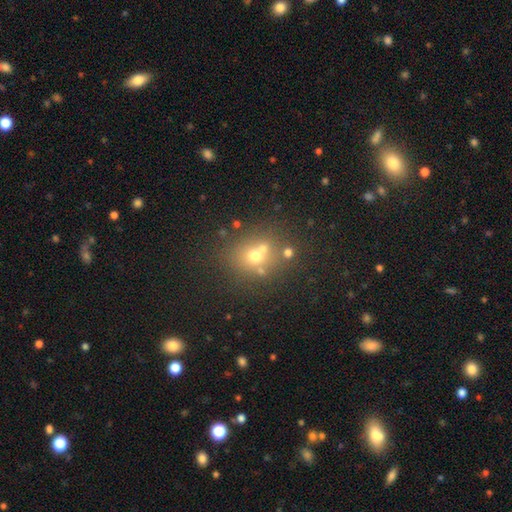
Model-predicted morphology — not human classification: Smooth or featured: smooth — 56% (star or artifact — 22%)
How rounded: round — 73% (in between — 26%)
Merging: none — 51% (merger — 33%)